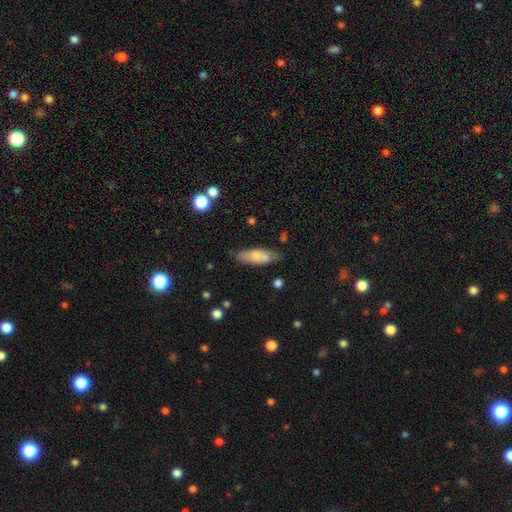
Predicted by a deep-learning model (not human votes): Q: Smooth or featured?
A: smooth (72%); runner-up: featured or disk (21%)
Q: How rounded?
A: in between (61%); runner-up: cigar-shaped (37%)
Q: Merging?
A: none (65%); runner-up: minor disturbance (19%)